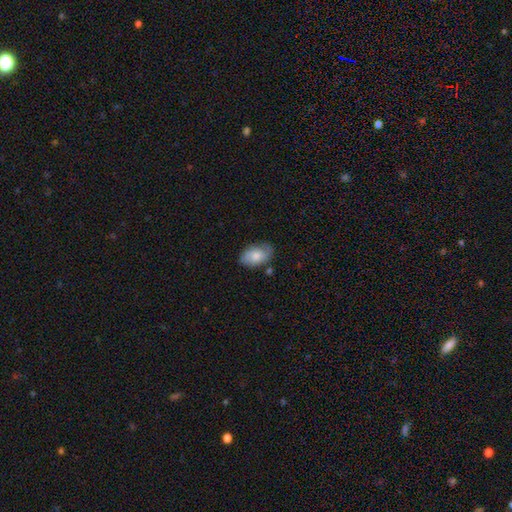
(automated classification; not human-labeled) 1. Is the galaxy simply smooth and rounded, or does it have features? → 66% smooth, 27% featured or disk, 7% star or artifact.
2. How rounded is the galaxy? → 90% in between, 8% round, 1% cigar-shaped.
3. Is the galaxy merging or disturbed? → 67% none, 24% minor disturbance, 6% major disturbance, 3% merger.